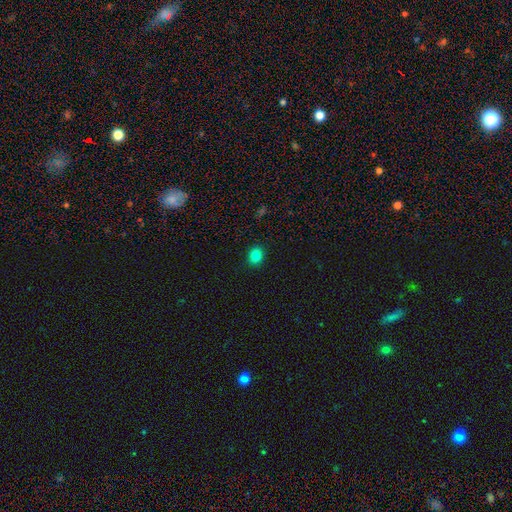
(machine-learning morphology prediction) smooth 84%, star or artifact 12%, featured or disk 4%. Down the decision tree: how rounded — round (54%); merging — none (90%).